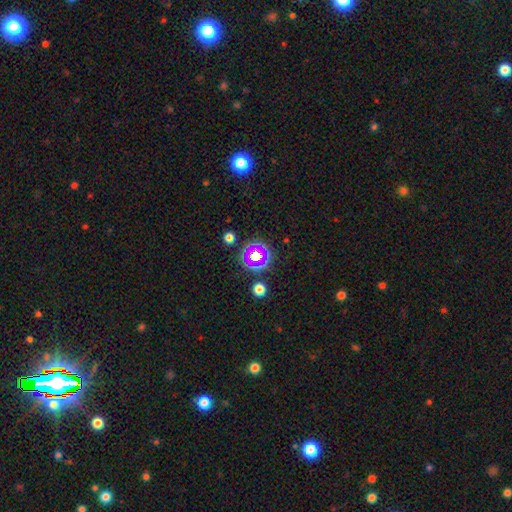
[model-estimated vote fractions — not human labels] Smooth or featured: star or artifact — 49% (smooth — 34%)